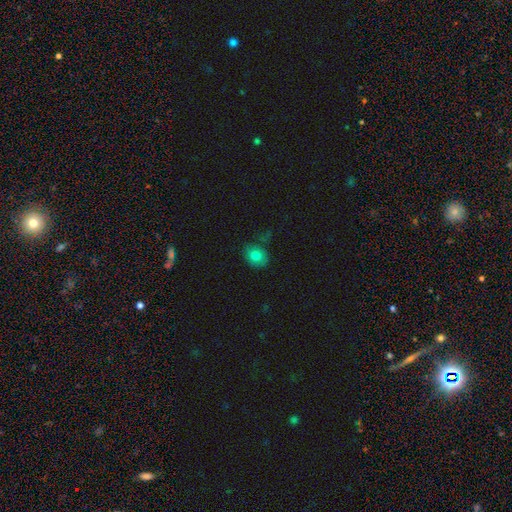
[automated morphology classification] smooth-or-featured: smooth: 79% | featured or disk: 11% | star or artifact: 10%
  how-rounded: round: 52% | in between: 47% | cigar-shaped: 1%
  merging: none: 76% | minor disturbance: 17% | major disturbance: 4% | merger: 3%